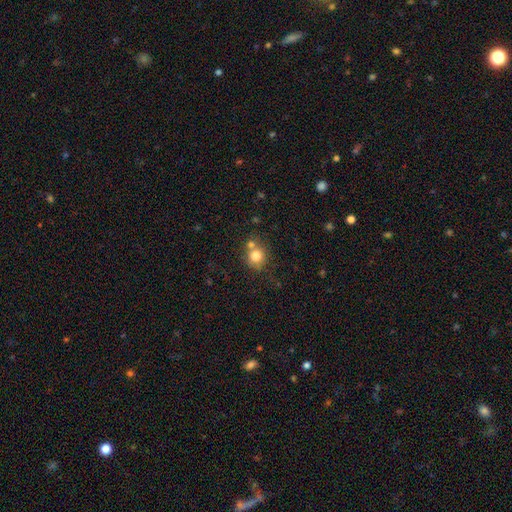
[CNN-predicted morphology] The model was most divided on "merging": none: 58%, merger: 27%, minor disturbance: 11%, major disturbance: 4%. More confident: how rounded — round (85%); smooth or featured — smooth (78%).